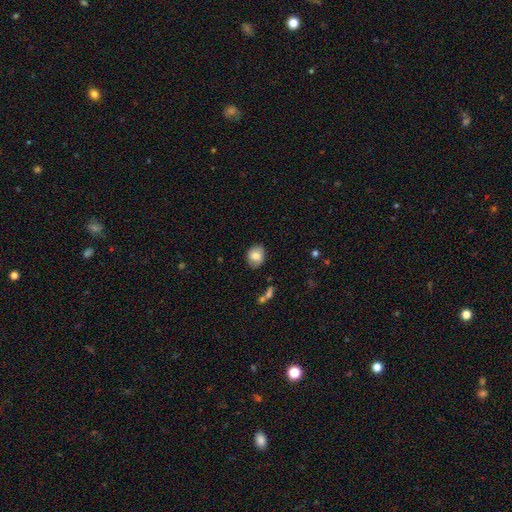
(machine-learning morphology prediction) Smooth or featured?
  - smooth: 75% *
  - featured or disk: 17%
  - star or artifact: 8%
How rounded?
  - round: 53% *
  - in between: 45%
  - cigar-shaped: 1%
Merging?
  - none: 79% *
  - minor disturbance: 15%
  - major disturbance: 3%
  - merger: 2%